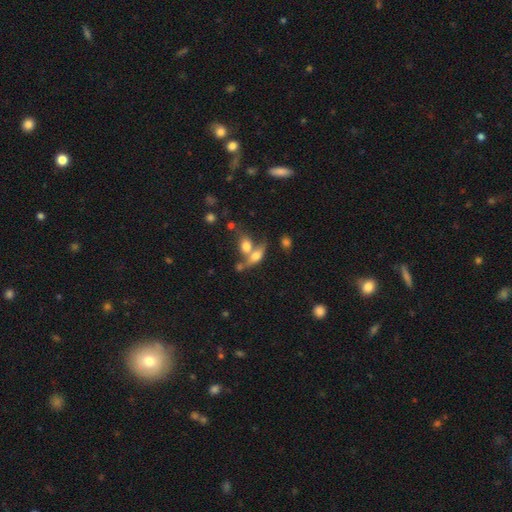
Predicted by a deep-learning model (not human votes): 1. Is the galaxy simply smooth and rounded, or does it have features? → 57% smooth, 33% featured or disk, 11% star or artifact.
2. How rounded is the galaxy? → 63% in between, 25% cigar-shaped, 12% round.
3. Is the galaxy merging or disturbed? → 47% merger, 36% none, 10% minor disturbance, 6% major disturbance.